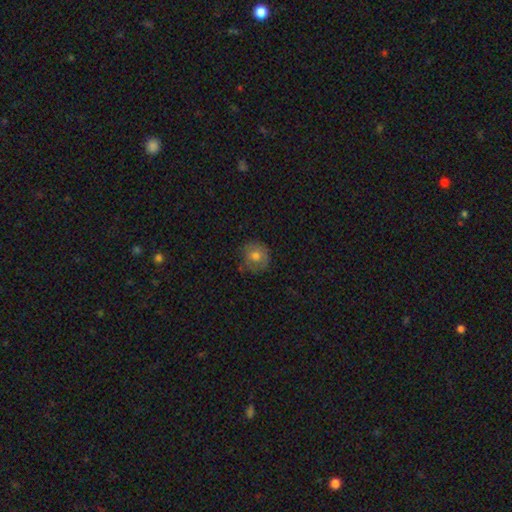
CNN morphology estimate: Smooth or featured? Predicted: smooth (p=0.69). How rounded? Predicted: round (p=0.87). Merging? Predicted: none (p=0.71).